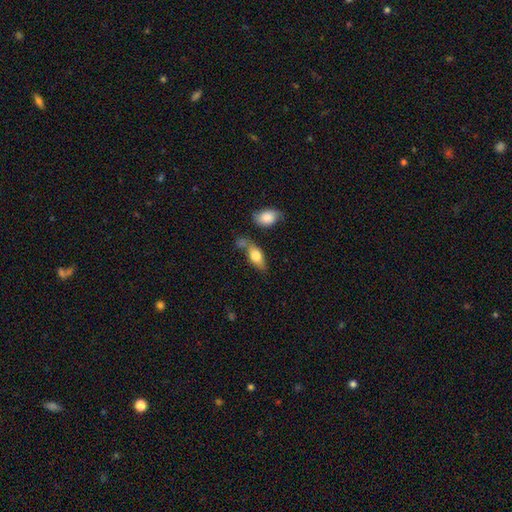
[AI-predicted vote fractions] smooth 68%, featured or disk 25%, star or artifact 7%. Down the decision tree: how rounded — in between (78%); merging — none (50%).